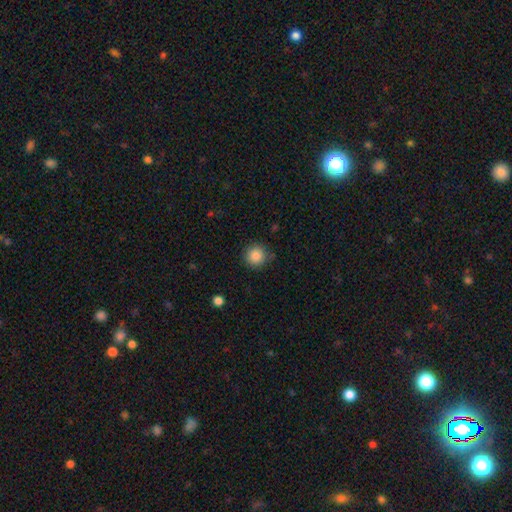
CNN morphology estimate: smooth_or_featured: smooth (p=0.87) [alt: star or artifact p=0.09]
how_rounded: round (p=0.95) [alt: in between p=0.04]
merging: none (p=0.87) [alt: minor disturbance p=0.08]